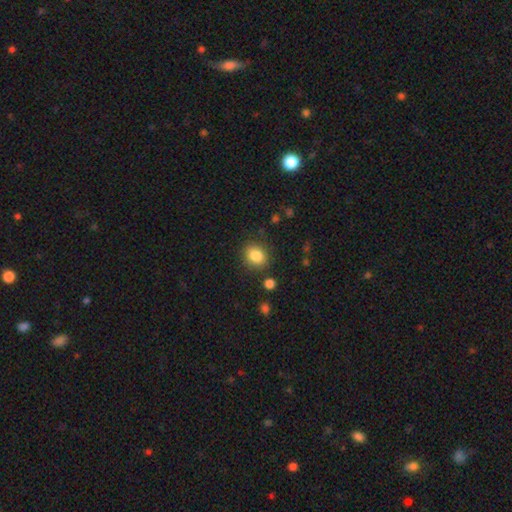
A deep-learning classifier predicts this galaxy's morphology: type=smooth (84%); roundness=round (65%); merging=none (85%).